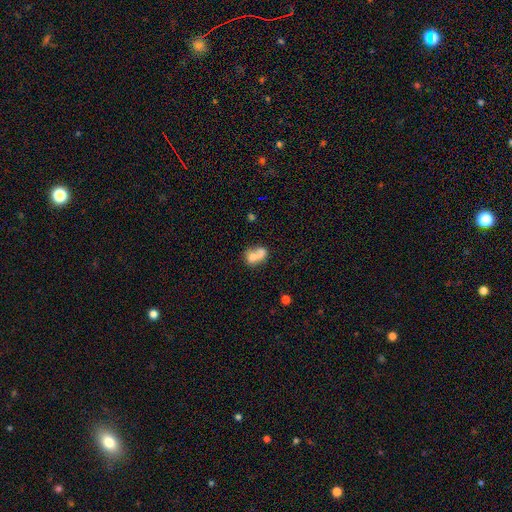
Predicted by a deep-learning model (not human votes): The model was most divided on "how rounded": in between: 53%, round: 46%, cigar-shaped: 1%. More confident: merging — merger (67%); smooth or featured — smooth (66%).